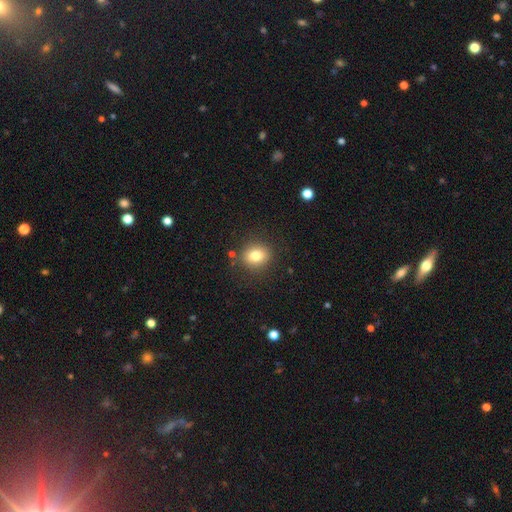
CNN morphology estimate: Smooth or featured?
  - smooth: 79% *
  - star or artifact: 11%
  - featured or disk: 10%
How rounded?
  - round: 68% *
  - in between: 31%
  - cigar-shaped: 1%
Merging?
  - none: 85% *
  - minor disturbance: 9%
  - major disturbance: 3%
  - merger: 2%